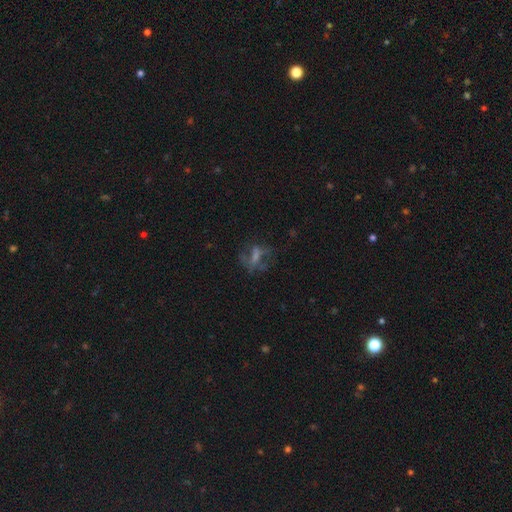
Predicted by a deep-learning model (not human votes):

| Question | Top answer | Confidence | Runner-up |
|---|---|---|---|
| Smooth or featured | featured or disk | 47% | star or artifact (26%) |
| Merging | none | 52% | major disturbance (27%) |